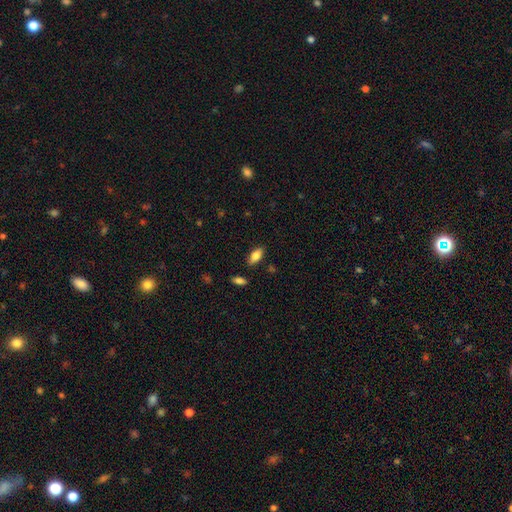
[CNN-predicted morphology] smooth-or-featured: smooth: 81% | featured or disk: 12% | star or artifact: 7%
  how-rounded: in between: 89% | cigar-shaped: 9% | round: 3%
  merging: none: 84% | minor disturbance: 11% | major disturbance: 3% | merger: 2%